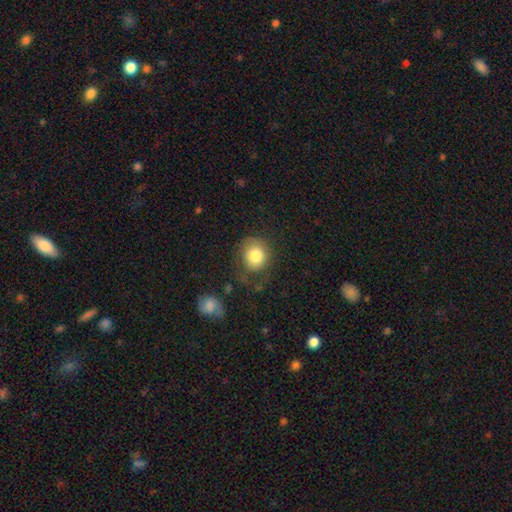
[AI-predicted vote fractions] smooth-or-featured: smooth: 80% | featured or disk: 12% | star or artifact: 8%
  how-rounded: round: 82% | in between: 17% | cigar-shaped: 1%
  merging: none: 62% | minor disturbance: 21% | major disturbance: 14% | merger: 3%